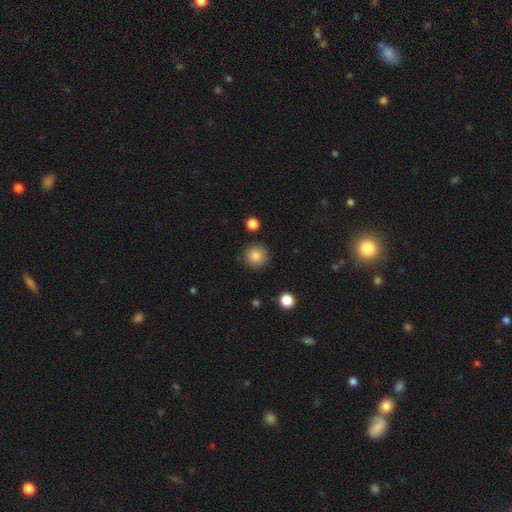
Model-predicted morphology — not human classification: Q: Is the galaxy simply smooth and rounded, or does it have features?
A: smooth — 86%.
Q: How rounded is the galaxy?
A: round — 95%.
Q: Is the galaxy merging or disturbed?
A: none — 90%.